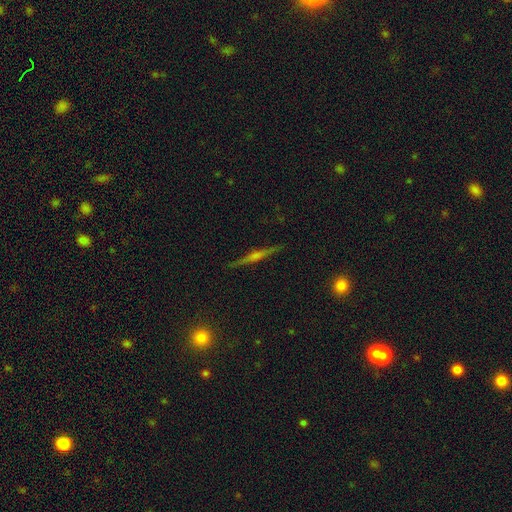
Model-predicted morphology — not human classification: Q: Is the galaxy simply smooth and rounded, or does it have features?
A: featured or disk — 72%.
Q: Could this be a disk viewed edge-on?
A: yes — 98%.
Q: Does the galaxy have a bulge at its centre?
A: rounded — 65%.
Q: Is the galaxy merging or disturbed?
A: none — 91%.